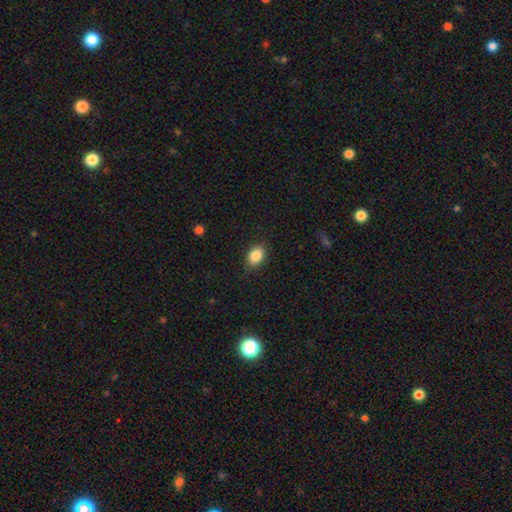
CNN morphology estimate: smooth_or_featured: smooth (p=0.86) [alt: star or artifact p=0.08]
how_rounded: in between (p=0.80) [alt: round p=0.18]
merging: none (p=0.86) [alt: minor disturbance p=0.11]